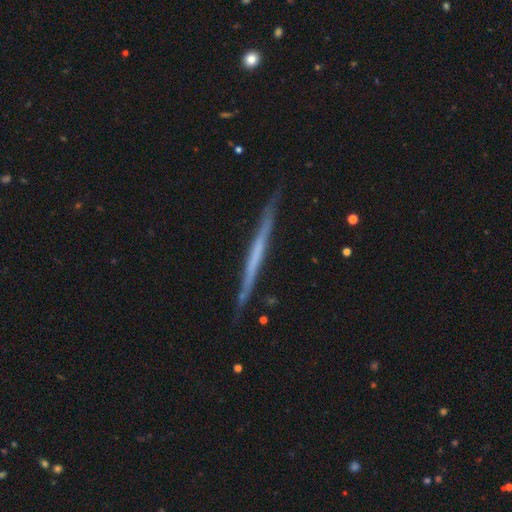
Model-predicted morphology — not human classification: A featured or disk galaxy (64%) viewed edge-on (97%) with no central bulge (90%).

Vote fractions:
- Smooth or featured? featured or disk: 64% / smooth: 30% / star or artifact: 6%
- Edge-on disk? yes: 97% / no: 3%
- Edge-on bulge? none: 90% / rounded: 6% / boxy: 4%
- Merging? none: 89% / minor disturbance: 8% / major disturbance: 1% / merger: 1%